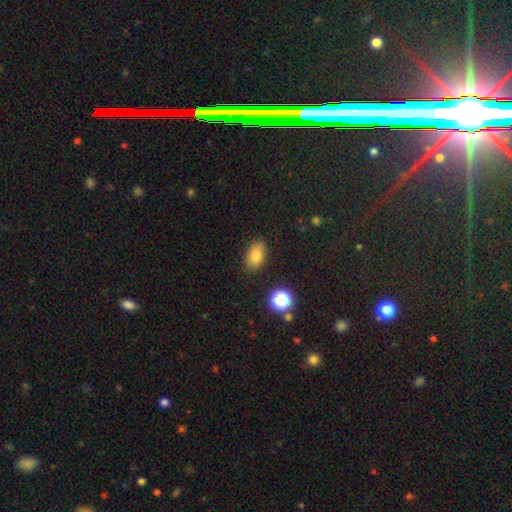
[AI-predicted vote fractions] smooth-or-featured: smooth: 81% | star or artifact: 12% | featured or disk: 7%
  how-rounded: in between: 86% | round: 12% | cigar-shaped: 2%
  merging: none: 83% | minor disturbance: 12% | major disturbance: 3% | merger: 2%